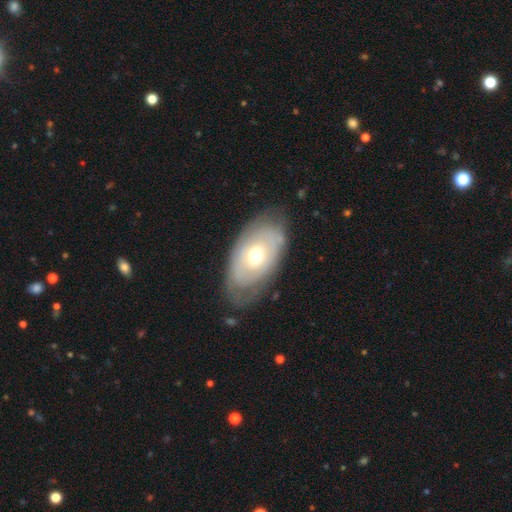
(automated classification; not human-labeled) This is possibly a featured or disk galaxy (56%). It is clearly not viewed edge-on (90%). Bar: clearly no (84%). Spiral arm pattern: likely no (64%). Central bulge: likely moderate (73%). Merging: likely none (72%).